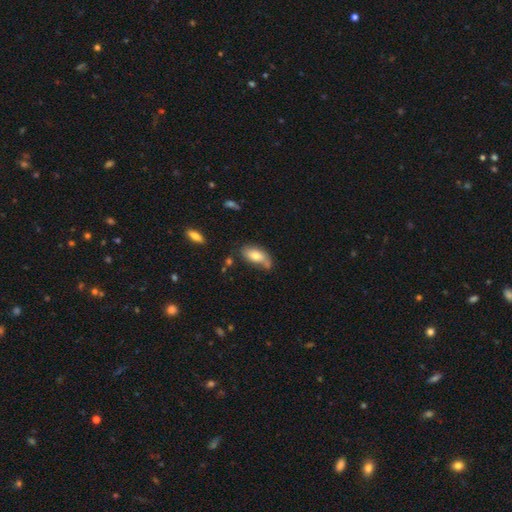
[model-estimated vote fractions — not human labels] smooth-or-featured: smooth: 72% | featured or disk: 21% | star or artifact: 7%
  how-rounded: in between: 89% | cigar-shaped: 8% | round: 3%
  merging: none: 52% | minor disturbance: 28% | merger: 11% | major disturbance: 9%